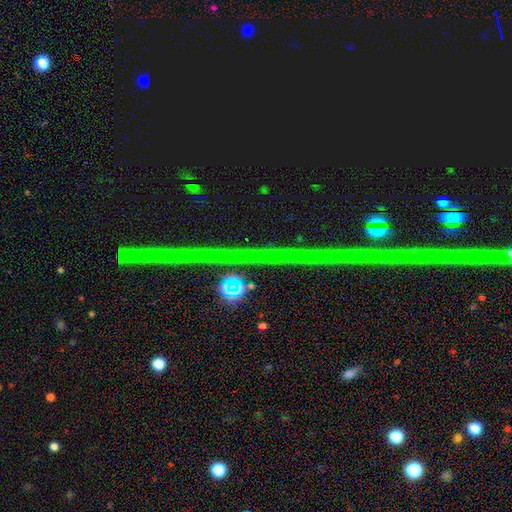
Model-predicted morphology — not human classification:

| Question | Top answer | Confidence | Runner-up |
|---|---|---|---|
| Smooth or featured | star or artifact | 85% | featured or disk (9%) |